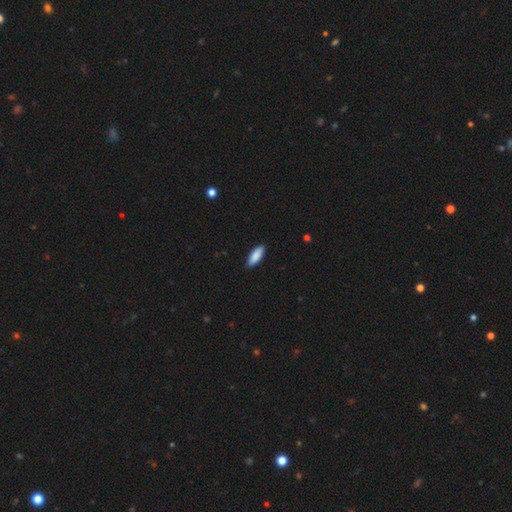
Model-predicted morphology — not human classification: smooth_or_featured: smooth (p=0.89) [alt: star or artifact p=0.06]
how_rounded: in between (p=0.72) [alt: cigar-shaped p=0.26]
merging: none (p=0.88) [alt: minor disturbance p=0.09]